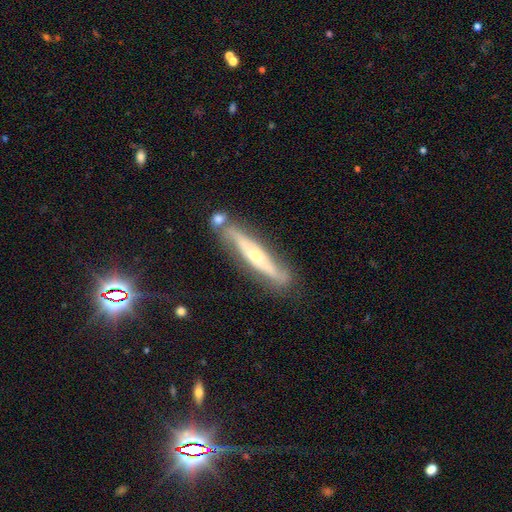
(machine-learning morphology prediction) The model was most divided on "edge-on disk": yes: 66%, no: 34%. More confident: smooth or featured — featured or disk (70%); merging — none (69%).